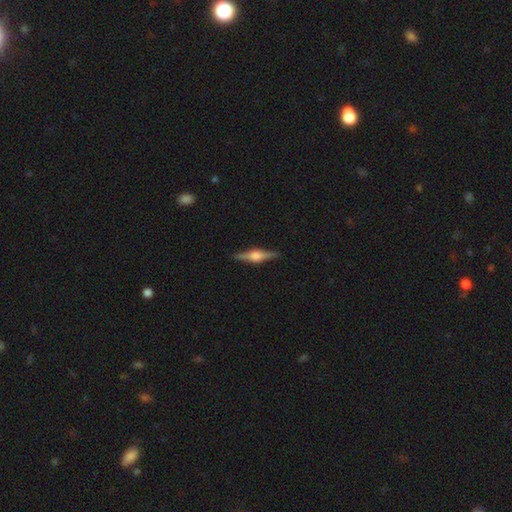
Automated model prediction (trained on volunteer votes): Smooth or featured? Predicted: featured or disk (p=0.78). Edge-on disk? Predicted: yes (p=0.98). Edge-on bulge? Predicted: rounded (p=0.88). Merging? Predicted: none (p=0.91).